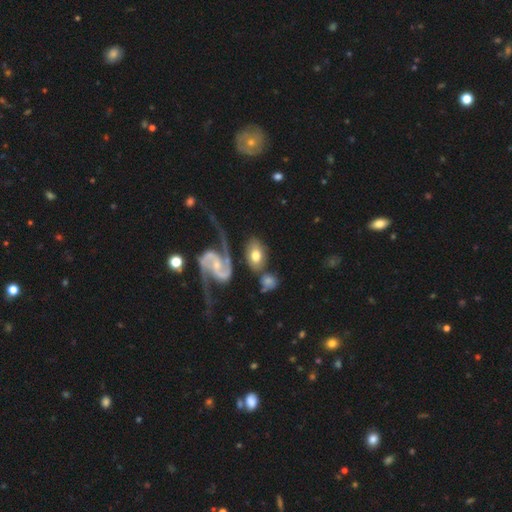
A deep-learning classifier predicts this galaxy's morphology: The model was most divided on "smooth or featured": smooth: 48%, featured or disk: 46%, star or artifact: 6%. More confident: merging — none (52%).